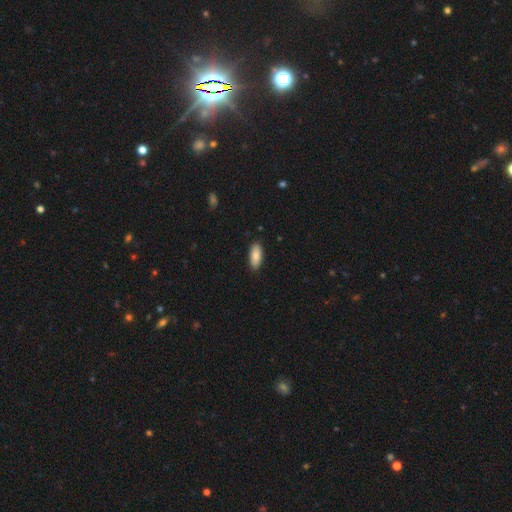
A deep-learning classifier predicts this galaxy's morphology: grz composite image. It shows a smooth galaxy with no disk features (85%) that is in between round and cigar-shaped (83%). Merging: none (89%).